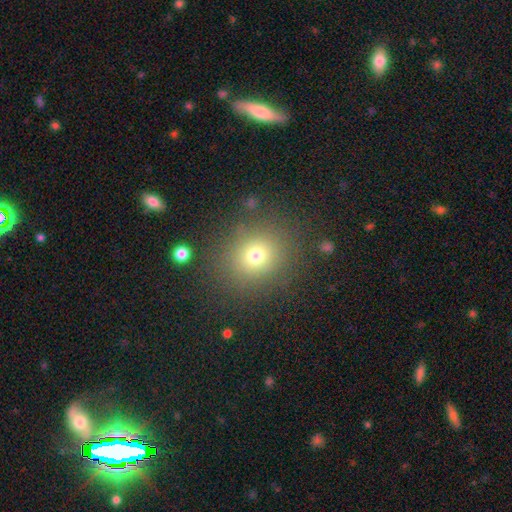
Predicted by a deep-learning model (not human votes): The model was most divided on "smooth or featured": smooth: 71%, star or artifact: 18%, featured or disk: 11%. More confident: merging — none (84%); how rounded — round (78%).